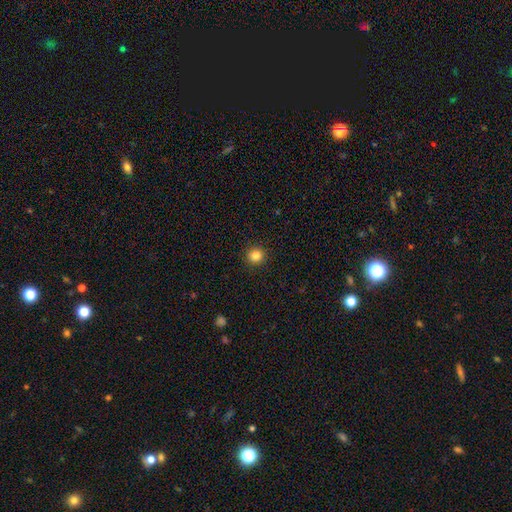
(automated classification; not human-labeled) smooth 84%, star or artifact 11%, featured or disk 5%. Down the decision tree: how rounded — round (93%); merging — none (92%).